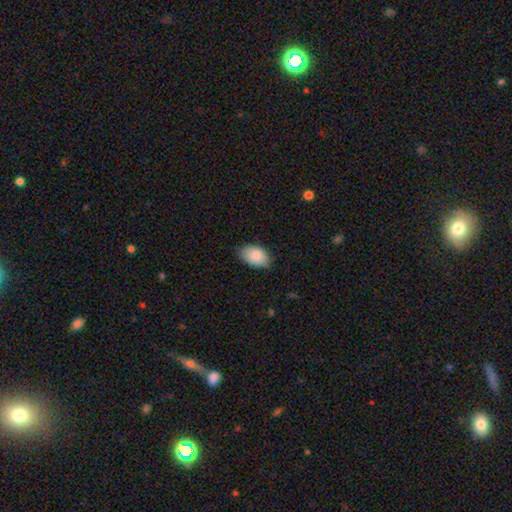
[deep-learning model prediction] smooth 88%, star or artifact 6%, featured or disk 5%. Down the decision tree: how rounded — in between (91%); merging — none (78%).